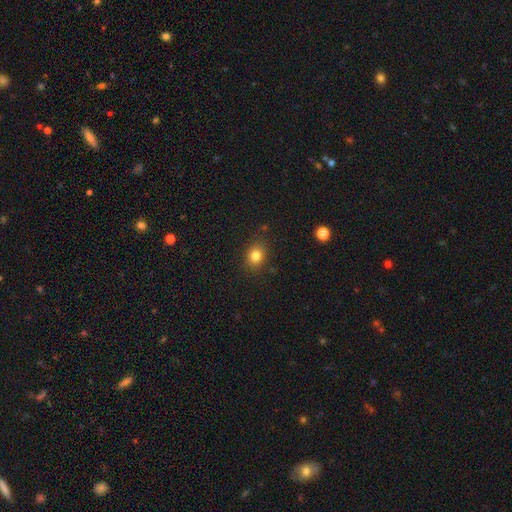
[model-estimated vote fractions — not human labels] A smooth galaxy with no disk features (82%) that is round (56%).

Vote fractions:
- Smooth or featured? smooth: 82% / star or artifact: 12% / featured or disk: 6%
- How rounded? round: 56% / in between: 43% / cigar-shaped: 1%
- Merging? none: 85% / minor disturbance: 10% / major disturbance: 3% / merger: 2%